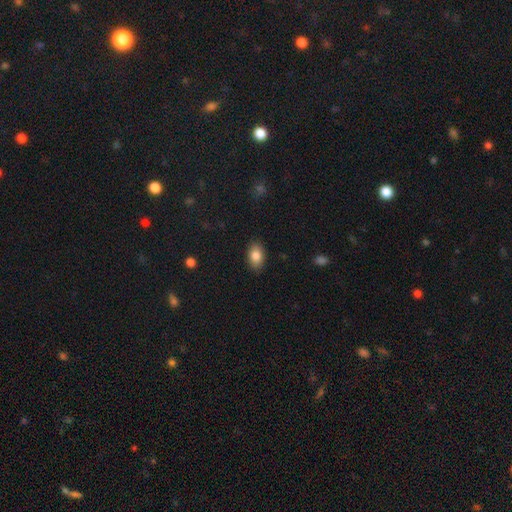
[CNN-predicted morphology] This appears to be a smooth galaxy with no disk features (84%) that is in between round and cigar-shaped (89%). Merging: none (88%).